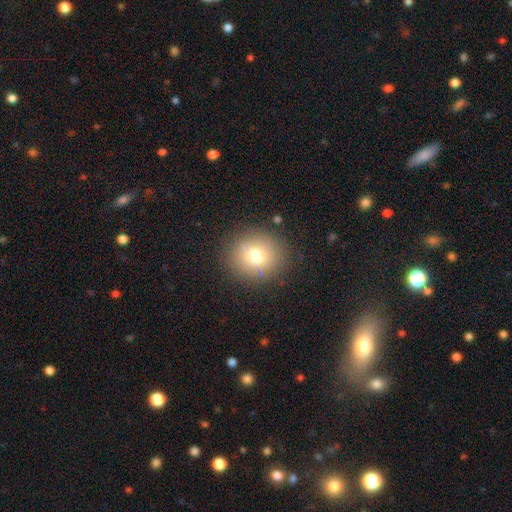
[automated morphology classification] A smooth galaxy with no disk features (73%) that is round (92%).

Vote fractions:
- Smooth or featured? smooth: 73% / star or artifact: 14% / featured or disk: 13%
- How rounded? round: 92% / in between: 7% / cigar-shaped: 1%
- Merging? none: 87% / minor disturbance: 8% / major disturbance: 3% / merger: 2%